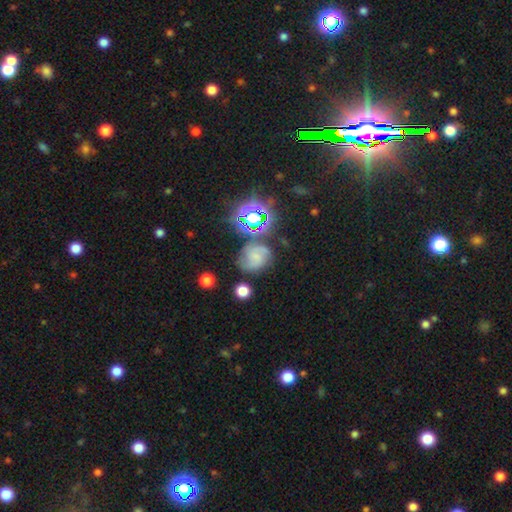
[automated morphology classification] A featured or disk galaxy (49%). Merging: none (59%).